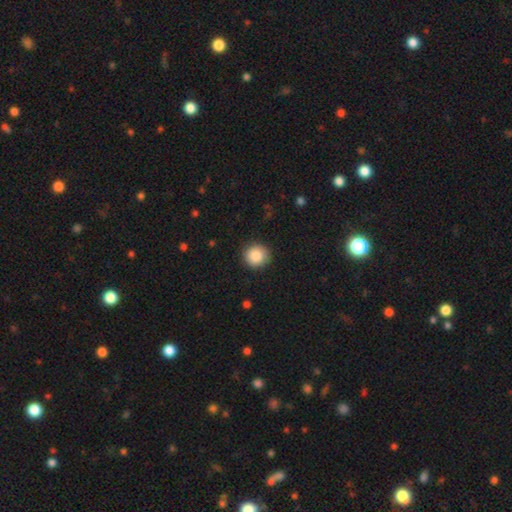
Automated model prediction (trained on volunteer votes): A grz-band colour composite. It shows a smooth galaxy with no disk features (87%) that is round (94%). Merging: none (90%).